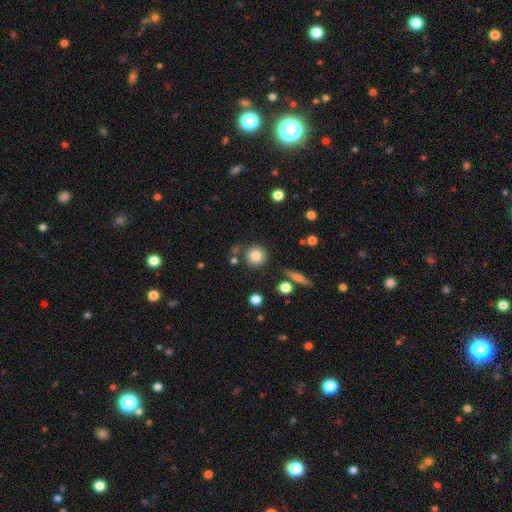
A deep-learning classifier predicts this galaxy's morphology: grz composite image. It shows a smooth galaxy with no disk features (81%) that is round (93%). Merging: none (81%).